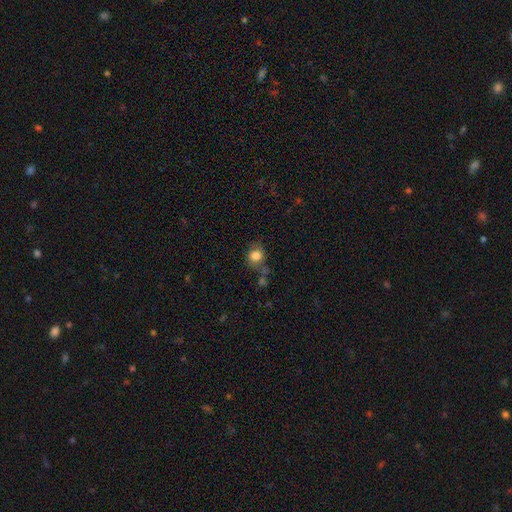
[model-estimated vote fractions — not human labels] Smooth or featured?
  - smooth: 82% *
  - star or artifact: 10%
  - featured or disk: 8%
How rounded?
  - round: 81% *
  - in between: 18%
  - cigar-shaped: 1%
Merging?
  - none: 62% *
  - minor disturbance: 19%
  - merger: 10%
  - major disturbance: 8%